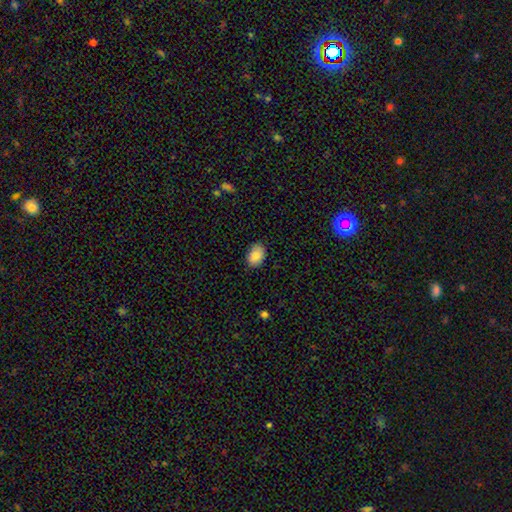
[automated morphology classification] This is clearly a smooth galaxy (87%). How rounded: likely in between (79%). Merging: clearly none (84%).